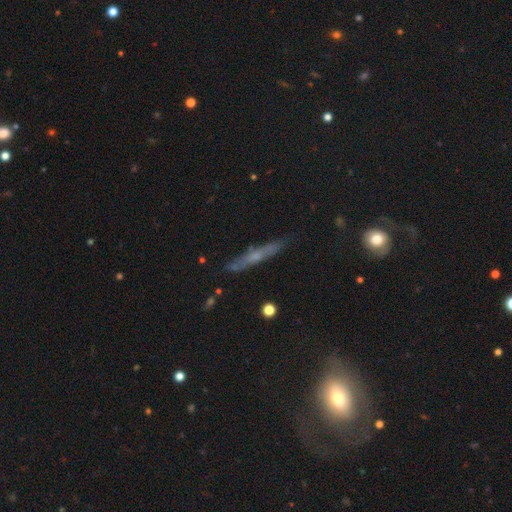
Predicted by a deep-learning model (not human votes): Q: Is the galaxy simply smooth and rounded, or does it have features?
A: featured or disk — 55%.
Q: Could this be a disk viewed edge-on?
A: yes — 88%.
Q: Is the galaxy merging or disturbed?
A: none — 82%.